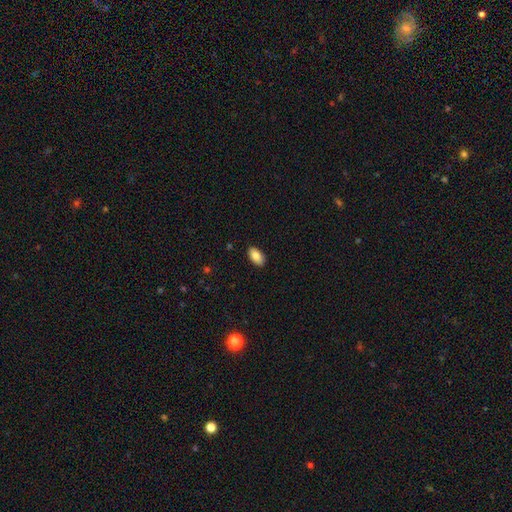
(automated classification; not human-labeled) A smooth galaxy with no disk features (82%) that is in between round and cigar-shaped (94%). Merging: none (89%).